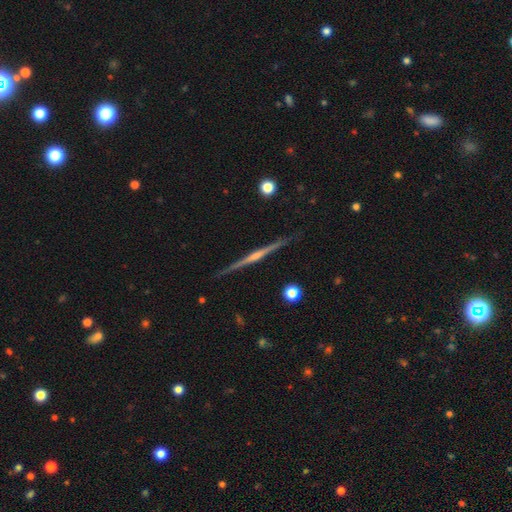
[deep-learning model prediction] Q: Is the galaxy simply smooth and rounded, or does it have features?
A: featured or disk — 84%.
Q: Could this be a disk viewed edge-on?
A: yes — 99%.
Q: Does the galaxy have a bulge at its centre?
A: rounded — 77%.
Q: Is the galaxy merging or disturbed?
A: none — 91%.